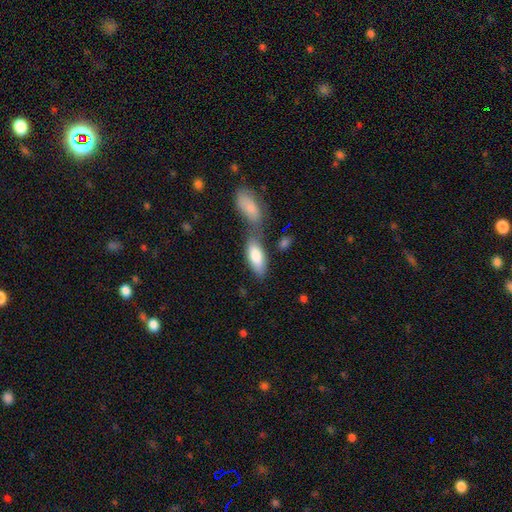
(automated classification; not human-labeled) smooth_or_featured: smooth (p=0.81) [alt: featured or disk p=0.13]
how_rounded: in between (p=0.82) [alt: cigar-shaped p=0.16]
merging: merger (p=0.42) [alt: none p=0.39]